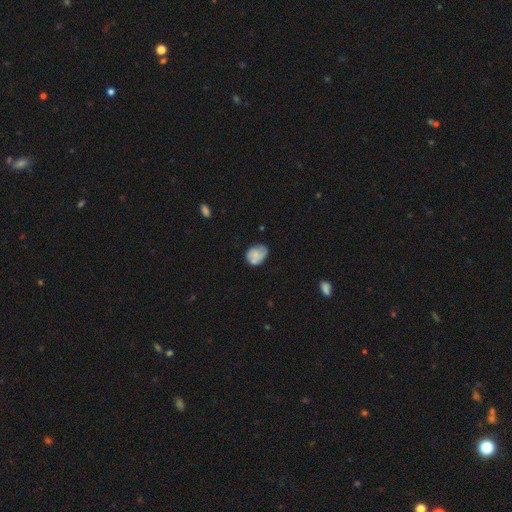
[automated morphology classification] Overall: smooth (55%; featured or disk 37%). How rounded: in between (59%; round 40%). Merging: none (52%; minor disturbance 30%).